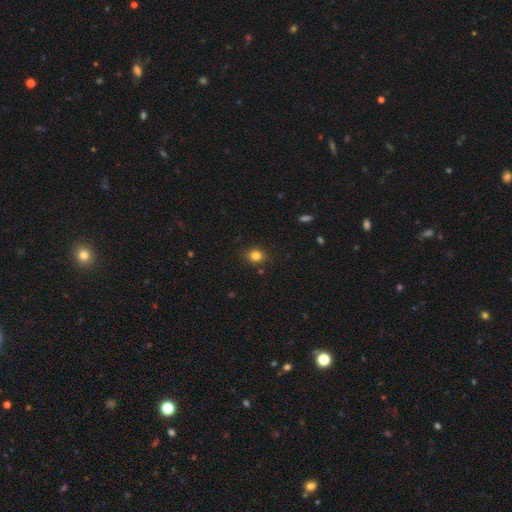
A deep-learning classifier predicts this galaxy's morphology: Overall: smooth (82%). How rounded: round (69%; in between 30%). Merging: none (87%).